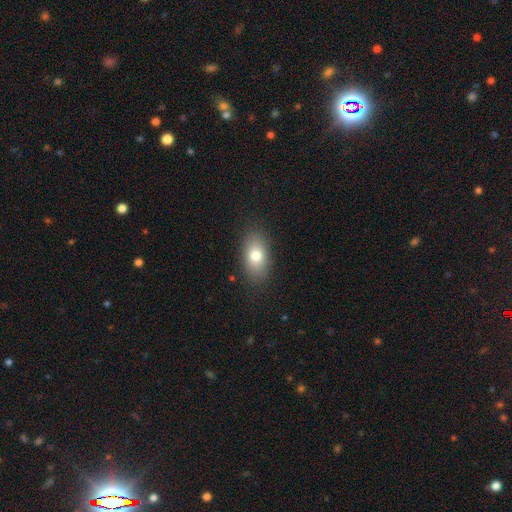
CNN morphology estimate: smooth_or_featured: smooth (p=0.76) [alt: featured or disk p=0.14]
how_rounded: in between (p=0.87) [alt: round p=0.10]
merging: none (p=0.85) [alt: minor disturbance p=0.10]